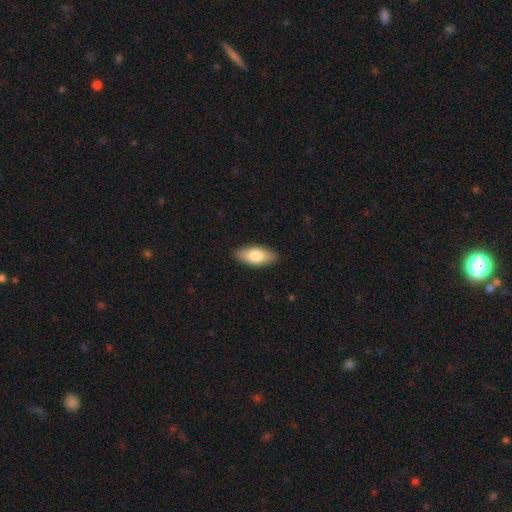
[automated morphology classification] smooth_or_featured: smooth (p=0.78) [alt: featured or disk p=0.16]
how_rounded: in between (p=0.87) [alt: cigar-shaped p=0.11]
merging: none (p=0.89) [alt: minor disturbance p=0.08]